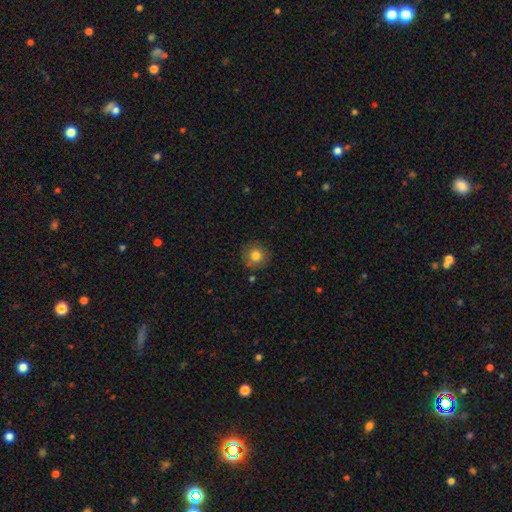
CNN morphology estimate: Overall: smooth (79%). How rounded: round (93%). Merging: none (87%).